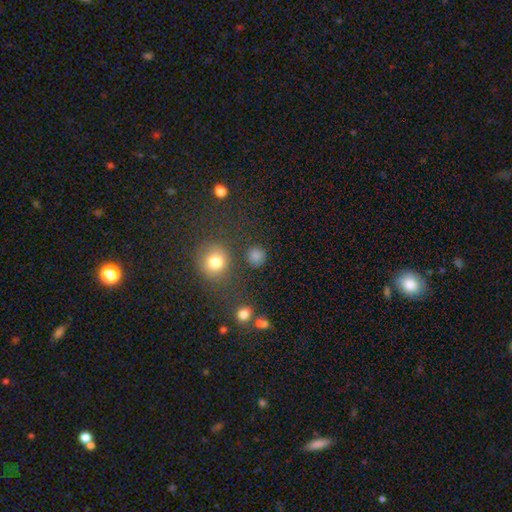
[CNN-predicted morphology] Smooth or featured?
  - smooth: 78% *
  - star or artifact: 17%
  - featured or disk: 5%
How rounded?
  - round: 90% *
  - in between: 9%
  - cigar-shaped: 1%
Merging?
  - none: 81% *
  - minor disturbance: 9%
  - merger: 6%
  - major disturbance: 5%